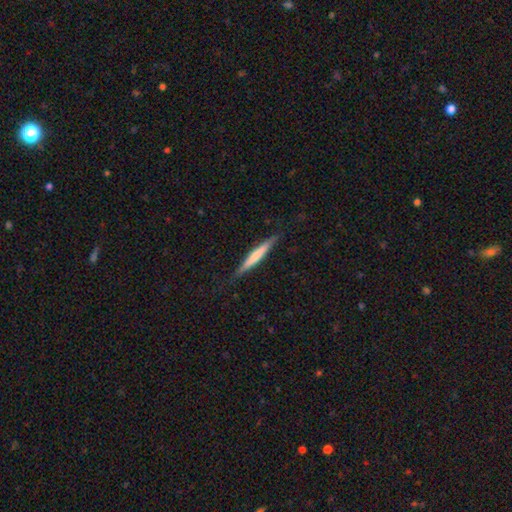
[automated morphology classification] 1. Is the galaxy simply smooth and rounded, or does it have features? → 56% smooth, 39% featured or disk, 5% star or artifact.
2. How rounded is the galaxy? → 95% cigar-shaped, 4% in between, 1% round.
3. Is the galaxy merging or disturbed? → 86% none, 11% minor disturbance, 2% major disturbance, 1% merger.